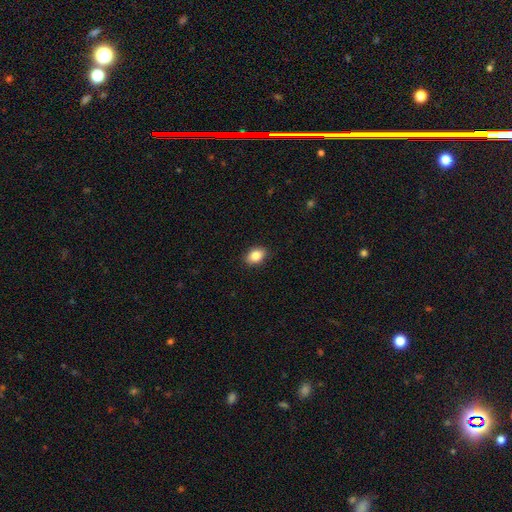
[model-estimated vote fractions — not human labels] This is clearly a smooth galaxy (85%). How rounded: likely in between (79%). Merging: clearly none (88%).